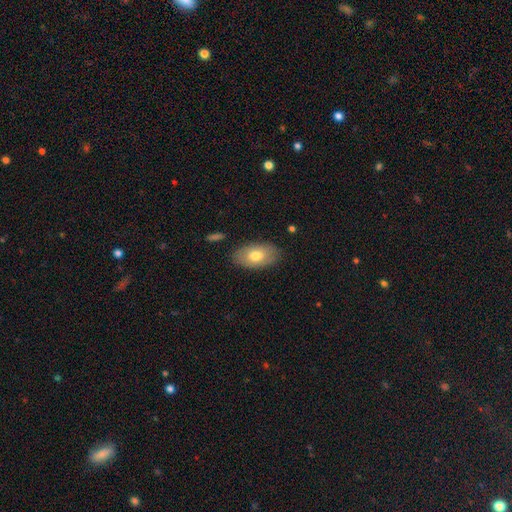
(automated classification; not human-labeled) Smooth or featured? Predicted: smooth (p=0.71). How rounded? Predicted: in between (p=0.93). Merging? Predicted: none (p=0.84).